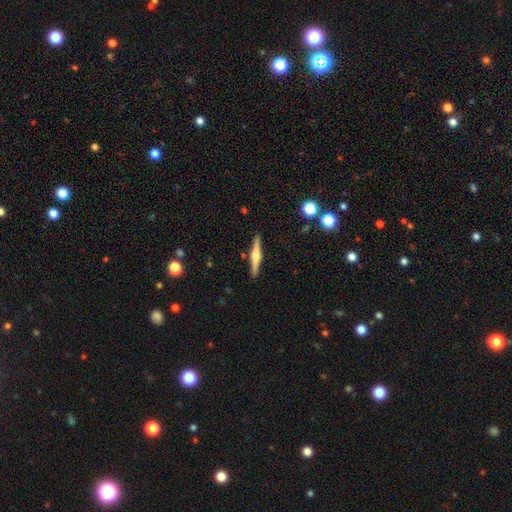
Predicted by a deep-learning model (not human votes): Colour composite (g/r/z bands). It shows a featured or disk galaxy (74%) viewed edge-on (98%) with a rounded central bulge (92%). Merging: none (91%).